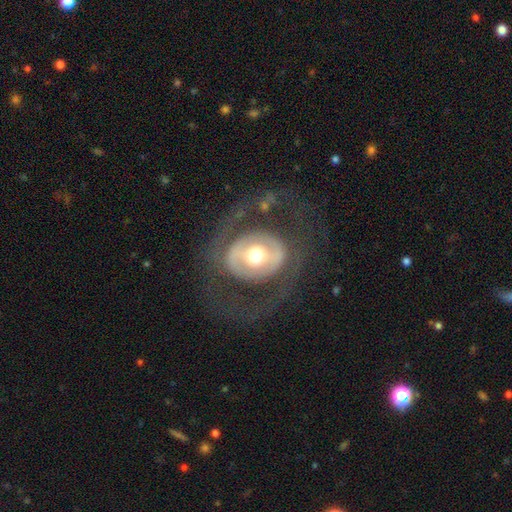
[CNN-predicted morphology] Smooth or featured?
  - featured or disk: 67% *
  - smooth: 27%
  - star or artifact: 6%
Edge-on disk?
  - no: 94% *
  - yes: 6%
Bar?
  - no: 59% *
  - weak: 24%
  - strong: 17%
Spiral arms?
  - no: 65% *
  - yes: 35%
Bulge size?
  - moderate: 65% *
  - large: 23%
  - small: 8%
  - dominant: 3%
  - none: 1%
Merging?
  - none: 67% *
  - major disturbance: 20%
  - minor disturbance: 12%
  - merger: 2%